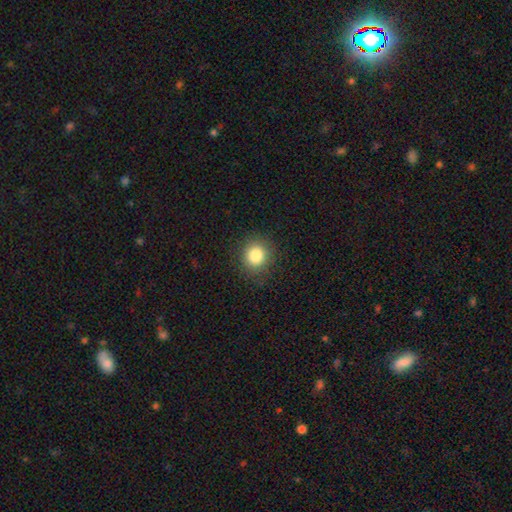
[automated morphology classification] A smooth galaxy with no disk features (84%) that is round (85%). Merging: none (89%).